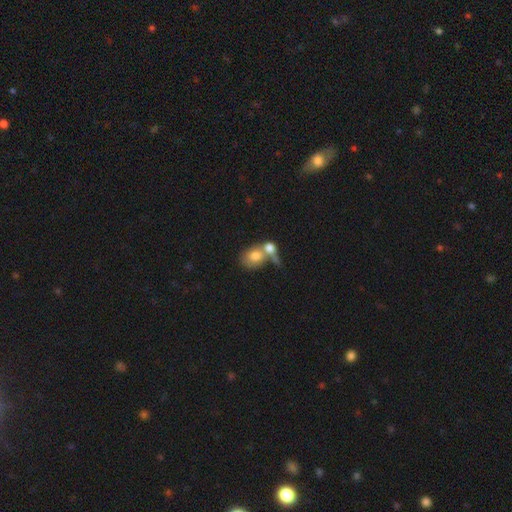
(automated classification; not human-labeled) A smooth galaxy with no disk features (71%) that is in between round and cigar-shaped (58%). Merging: merger (66%).